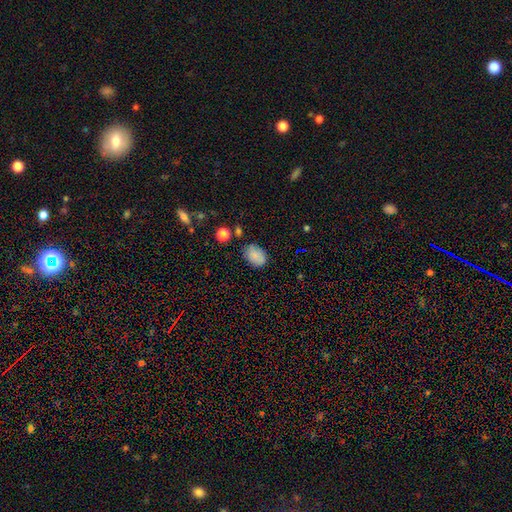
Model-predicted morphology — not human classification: This appears to be a smooth galaxy with no disk features (83%) that is in between round and cigar-shaped (81%). Merging: none (72%).